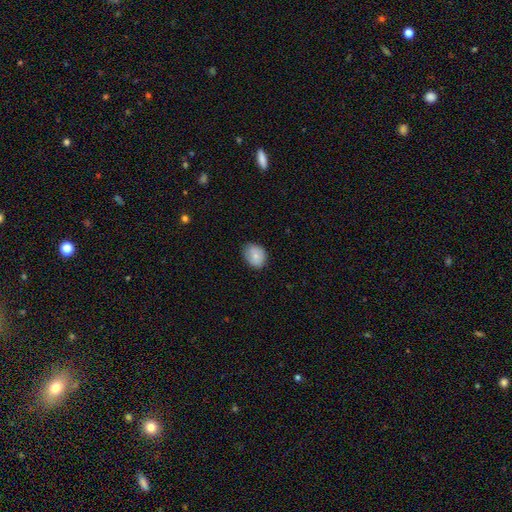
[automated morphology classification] A smooth galaxy with no disk features (78%) that is in between round and cigar-shaped (54%). Merging: none (79%).